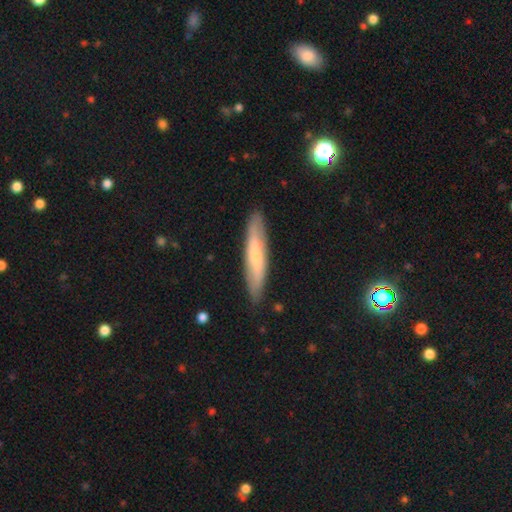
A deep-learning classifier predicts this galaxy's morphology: smooth_or_featured: smooth (p=0.53) [alt: featured or disk p=0.42]
how_rounded: cigar-shaped (p=0.86) [alt: in between p=0.12]
merging: none (p=0.87) [alt: minor disturbance p=0.10]